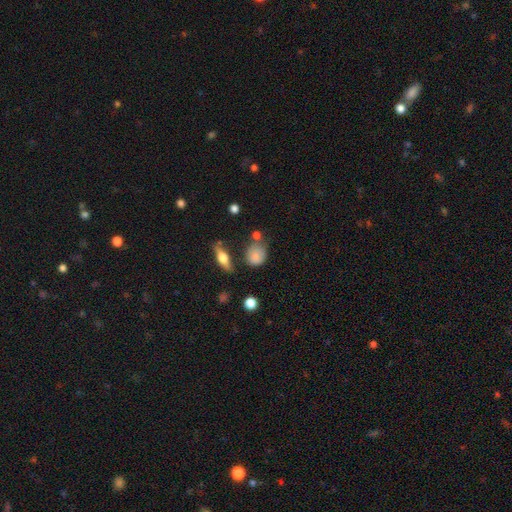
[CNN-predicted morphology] Smooth or featured: smooth — 76% (featured or disk — 14%)
How rounded: round — 68% (in between — 30%)
Merging: none — 59% (minor disturbance — 25%)